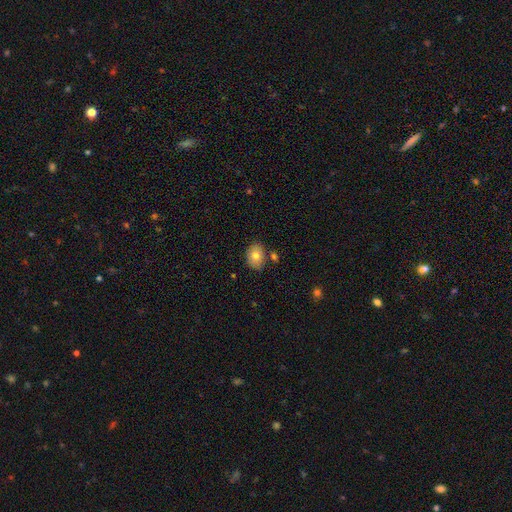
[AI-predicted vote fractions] smooth 77%, featured or disk 14%, star or artifact 9%. Down the decision tree: how rounded — in between (66%); merging — none (77%).